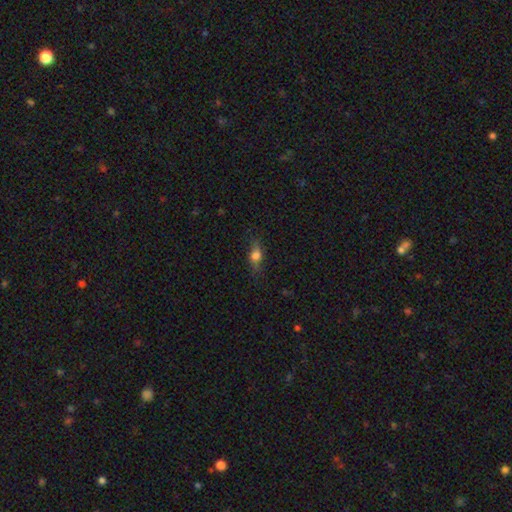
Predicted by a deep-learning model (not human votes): The model was most divided on "smooth or featured": smooth: 56%, featured or disk: 32%, star or artifact: 12%. More confident: merging — none (78%); how rounded — in between (59%).